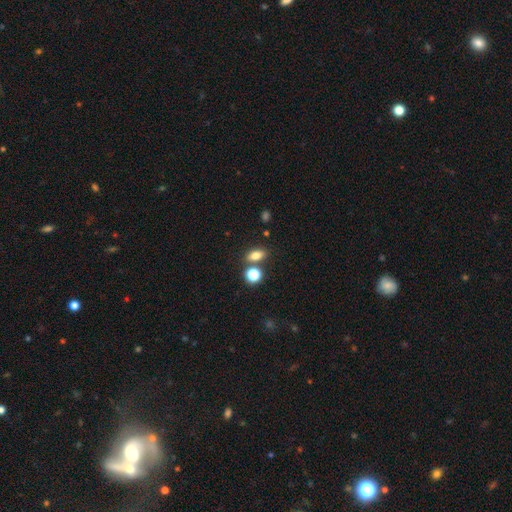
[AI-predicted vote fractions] Smooth or featured? Predicted: smooth (p=0.77). How rounded? Predicted: in between (p=0.73). Merging? Predicted: none (p=0.72).